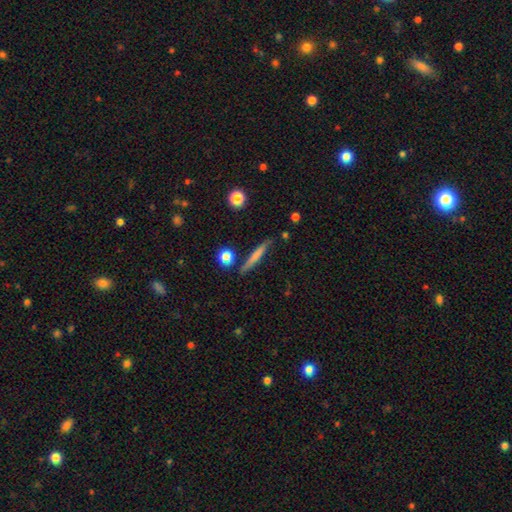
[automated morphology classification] smooth_or_featured: smooth (p=0.60) [alt: featured or disk p=0.33]
how_rounded: cigar-shaped (p=0.92) [alt: in between p=0.05]
merging: none (p=0.83) [alt: minor disturbance p=0.11]